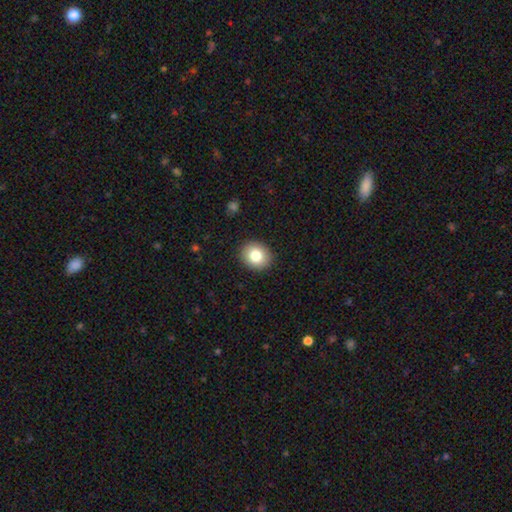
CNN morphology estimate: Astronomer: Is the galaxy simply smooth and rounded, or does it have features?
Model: smooth — 81%.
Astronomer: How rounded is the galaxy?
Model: round — 69%.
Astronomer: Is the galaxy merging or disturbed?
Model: none — 91%.